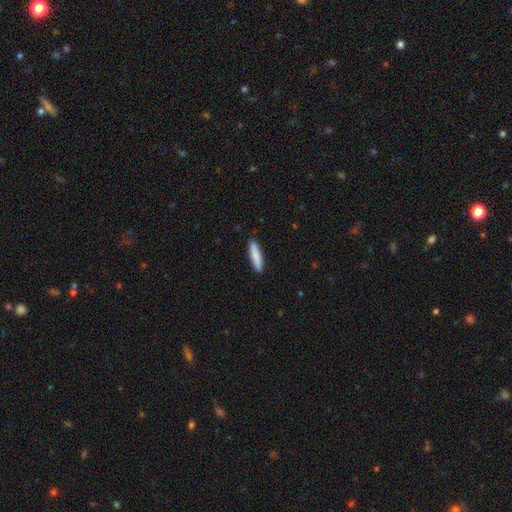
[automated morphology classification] Smooth or featured: smooth — 84% (featured or disk — 11%)
How rounded: cigar-shaped — 82% (in between — 17%)
Merging: none — 90% (minor disturbance — 8%)